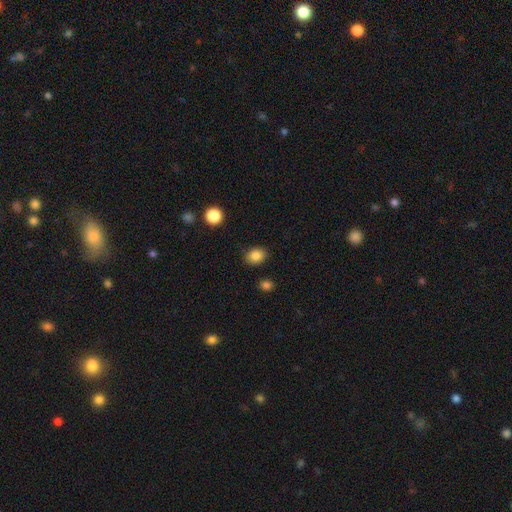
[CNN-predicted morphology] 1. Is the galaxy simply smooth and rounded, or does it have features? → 85% smooth, 10% star or artifact, 5% featured or disk.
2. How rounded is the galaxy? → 50% round, 49% in between, 1% cigar-shaped.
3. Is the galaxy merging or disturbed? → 85% none, 10% minor disturbance, 3% major disturbance, 2% merger.